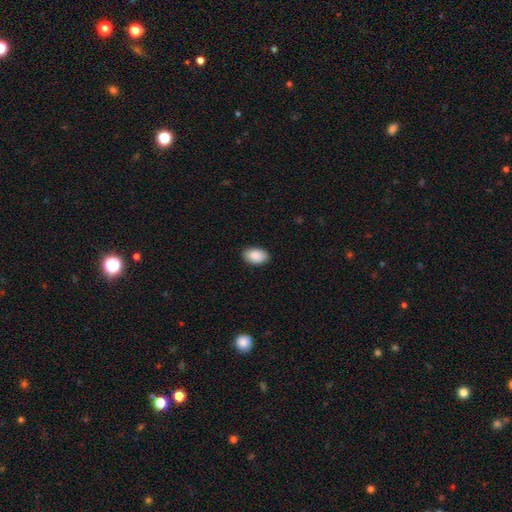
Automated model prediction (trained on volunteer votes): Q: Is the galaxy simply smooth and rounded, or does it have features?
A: smooth — 90%.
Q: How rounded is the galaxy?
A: in between — 93%.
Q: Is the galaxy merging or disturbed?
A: none — 88%.